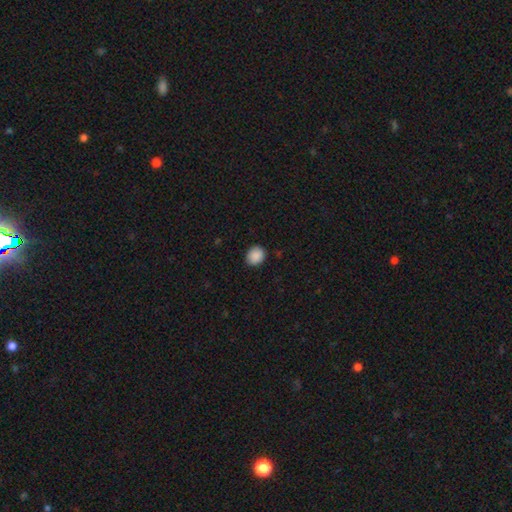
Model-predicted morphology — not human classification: Smooth or featured?
  - smooth: 89% *
  - star or artifact: 8%
  - featured or disk: 3%
How rounded?
  - round: 65% *
  - in between: 34%
  - cigar-shaped: 1%
Merging?
  - none: 88% *
  - minor disturbance: 9%
  - major disturbance: 2%
  - merger: 1%